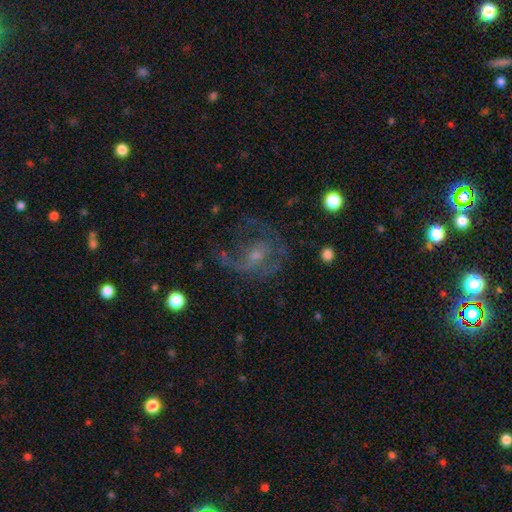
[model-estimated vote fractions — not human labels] Morphology: type=featured or disk (70%); edge-on=no (97%); bar=no (61%); spiral arms=yes (69%); bulge=small (59%); merging=none (47%).